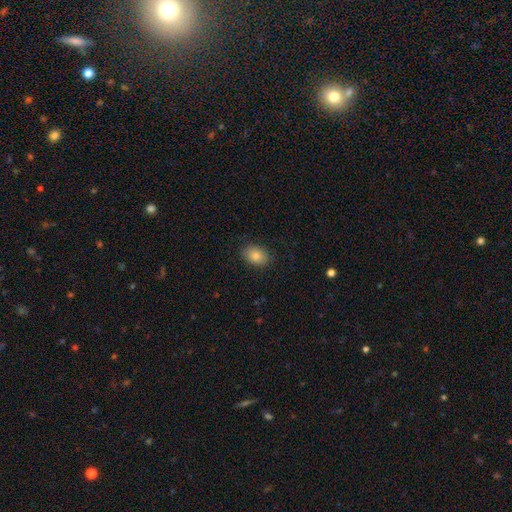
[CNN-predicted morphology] A smooth galaxy with no disk features (83%) that is in between round and cigar-shaped (79%). Merging: none (86%).